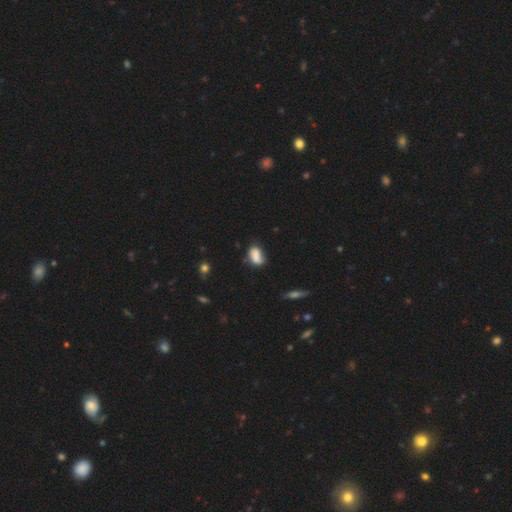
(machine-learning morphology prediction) Smooth or featured: smooth — 77% (featured or disk — 14%)
How rounded: in between — 84% (round — 12%)
Merging: none — 56% (minor disturbance — 29%)